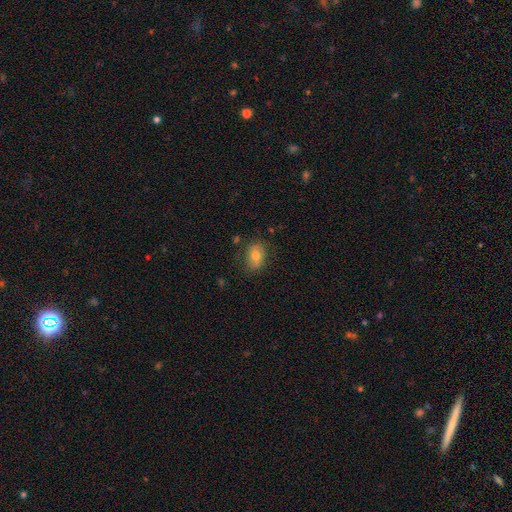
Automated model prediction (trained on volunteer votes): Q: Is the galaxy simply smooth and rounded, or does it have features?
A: smooth — 73%.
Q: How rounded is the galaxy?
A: in between — 76%.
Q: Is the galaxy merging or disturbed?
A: none — 75%.